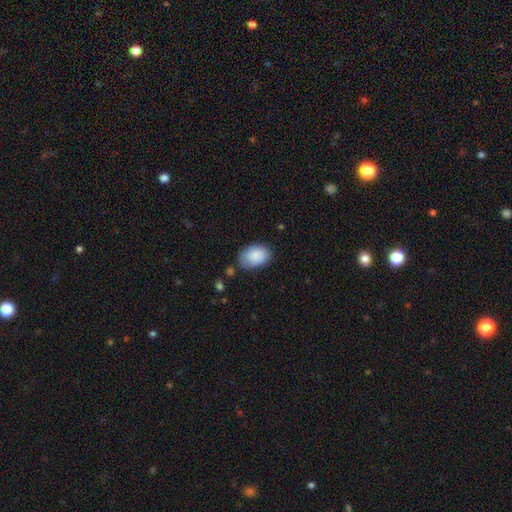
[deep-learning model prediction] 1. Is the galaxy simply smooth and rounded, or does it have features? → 86% smooth, 7% featured or disk, 7% star or artifact.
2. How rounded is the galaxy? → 87% in between, 12% round, 1% cigar-shaped.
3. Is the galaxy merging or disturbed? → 72% none, 21% minor disturbance, 5% major disturbance, 3% merger.